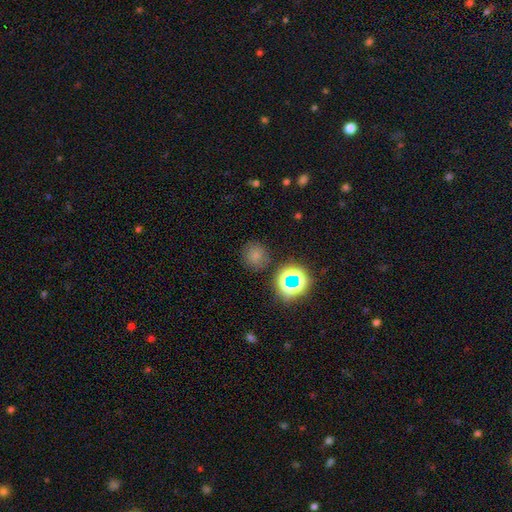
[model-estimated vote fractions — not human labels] A smooth galaxy with no disk features (70%) that is round (89%). Merging: none (84%).